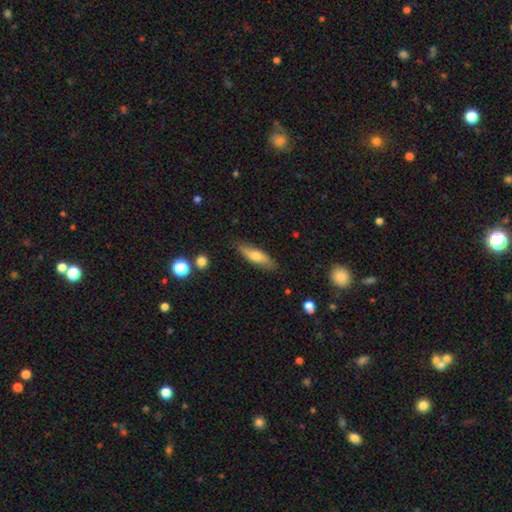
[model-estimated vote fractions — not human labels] Morphology: type=smooth (63%); roundness=cigar-shaped (53%); merging=none (83%).